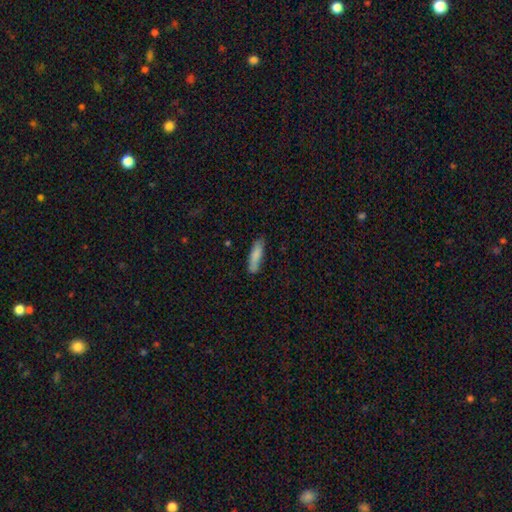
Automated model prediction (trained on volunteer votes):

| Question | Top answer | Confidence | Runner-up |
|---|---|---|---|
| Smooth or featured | smooth | 83% | featured or disk (11%) |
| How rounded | cigar-shaped | 70% | in between (29%) |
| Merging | none | 75% | minor disturbance (19%) |